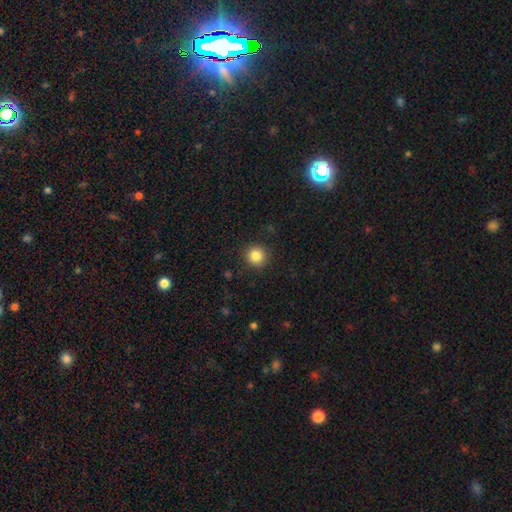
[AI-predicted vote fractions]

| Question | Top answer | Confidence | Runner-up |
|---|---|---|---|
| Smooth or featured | smooth | 85% | star or artifact (10%) |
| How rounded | round | 93% | in between (6%) |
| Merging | none | 91% | minor disturbance (6%) |